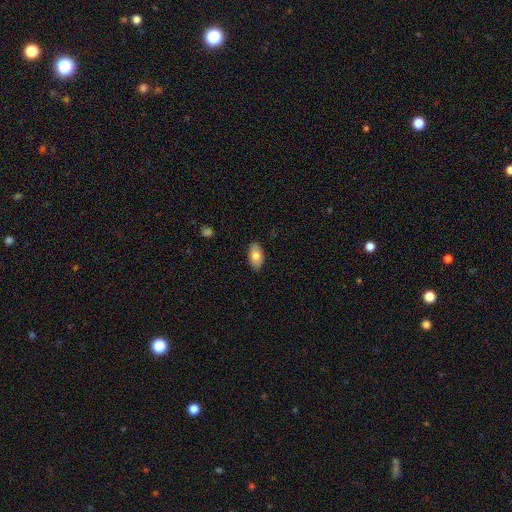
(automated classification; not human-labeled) This is likely a smooth galaxy (76%). How rounded: clearly in between (94%). Merging: clearly none (87%).